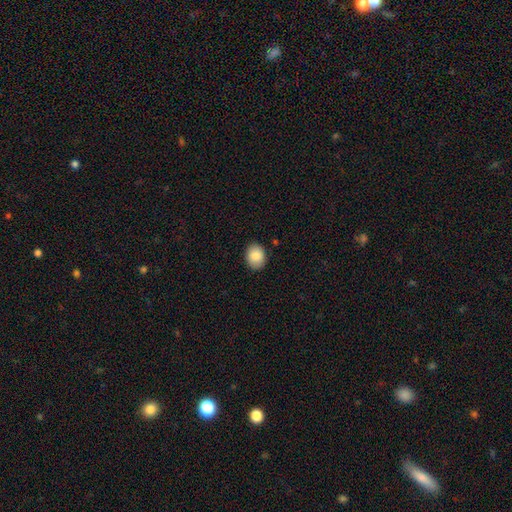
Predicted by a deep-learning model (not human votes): Smooth or featured? Predicted: smooth (p=0.88). How rounded? Predicted: in between (p=0.56). Merging? Predicted: none (p=0.87).